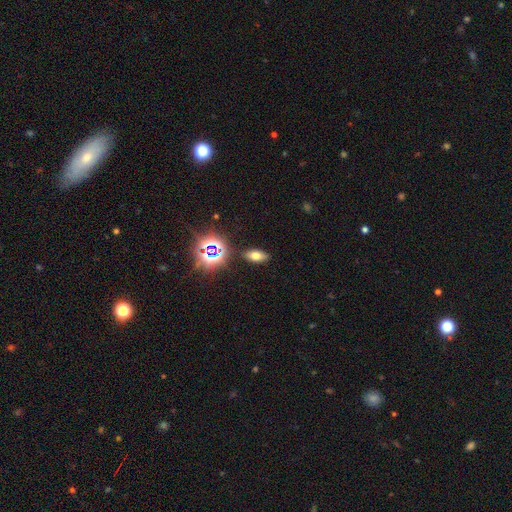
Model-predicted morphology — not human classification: This appears to be a smooth galaxy with no disk features (60%) that is in between round and cigar-shaped (83%). Merging: none (88%).